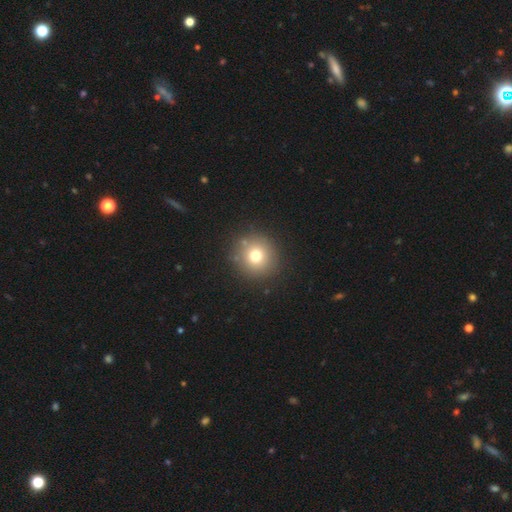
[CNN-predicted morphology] This appears to be a smooth galaxy with no disk features (73%) that is round (94%). Merging: none (88%).